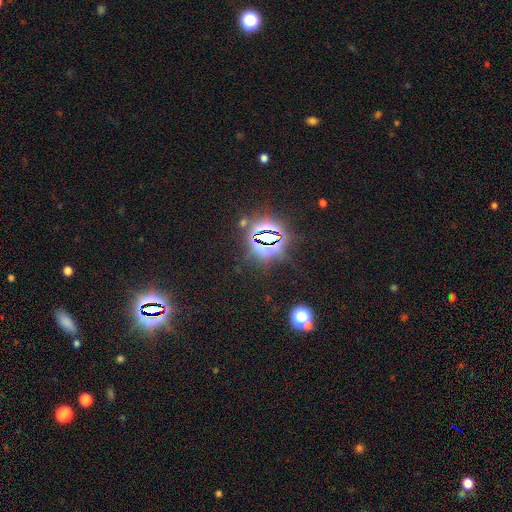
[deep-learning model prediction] Morphology: type=star or artifact (83%).